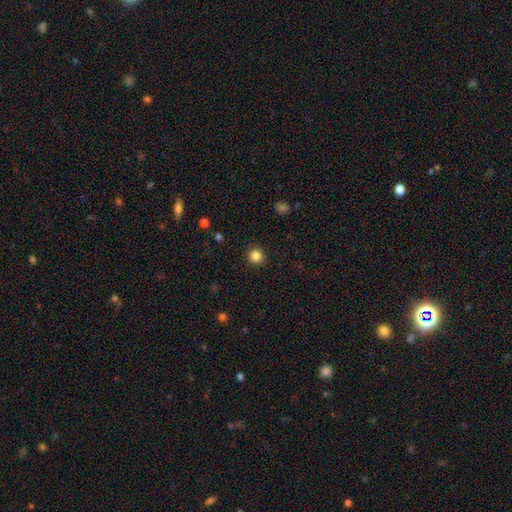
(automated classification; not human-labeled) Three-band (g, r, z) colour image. It shows a smooth galaxy with no disk features (84%) that is round (94%). Merging: none (92%).